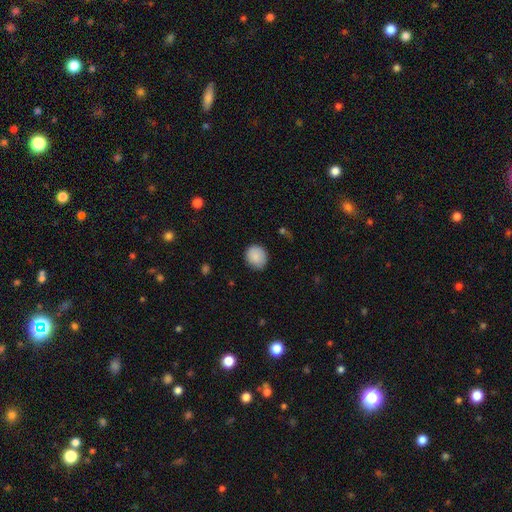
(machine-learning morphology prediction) This appears to be a smooth galaxy with no disk features (88%) that is round (83%). Merging: none (83%).